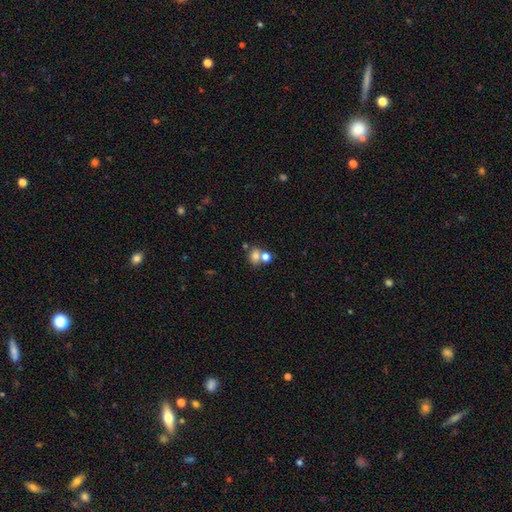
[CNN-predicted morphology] This is likely a smooth galaxy (73%). How rounded: possibly round (55%). Merging: possibly merger (48%).